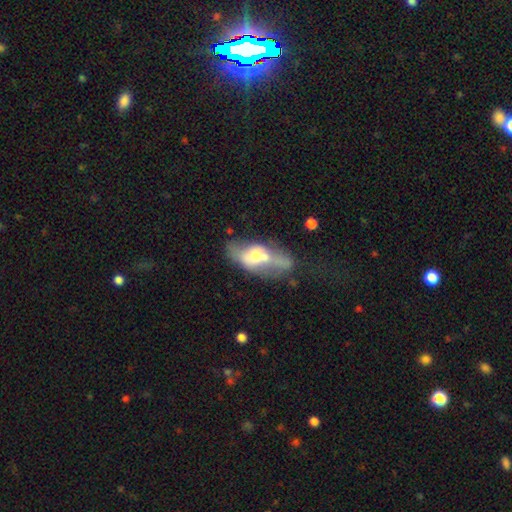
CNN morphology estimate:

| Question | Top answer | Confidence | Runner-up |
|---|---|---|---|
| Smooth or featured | featured or disk | 52% | smooth (40%) |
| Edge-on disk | no | 78% | yes (22%) |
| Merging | none | 30% | merger (26%) |